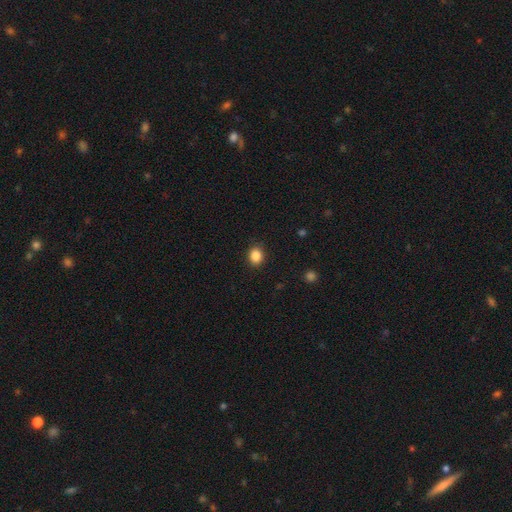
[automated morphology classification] Smooth or featured?
  - smooth: 87% *
  - star or artifact: 10%
  - featured or disk: 3%
How rounded?
  - round: 57% *
  - in between: 42%
  - cigar-shaped: 1%
Merging?
  - none: 89% *
  - minor disturbance: 7%
  - major disturbance: 2%
  - merger: 1%